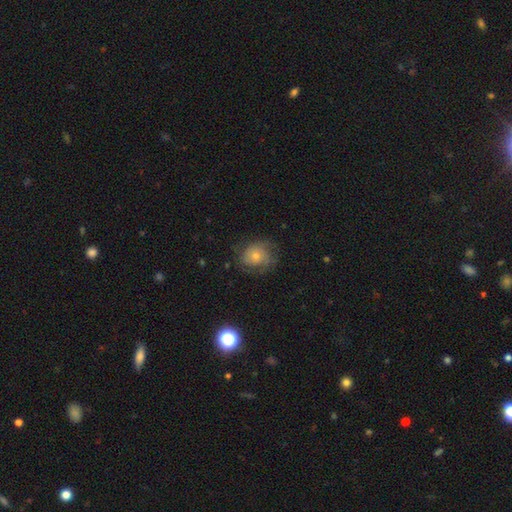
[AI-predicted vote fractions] The model was most divided on "bulge size": small: 49%, moderate: 44%, large: 3%, none: 2%, dominant: 1%. Remaining: edge-on disk — no (97%); spiral arms — yes (86%); bar — no (82%); merging — none (68%); smooth or featured — featured or disk (60%); spiral winding — tight (53%); spiral arm count — can't tell (40%).